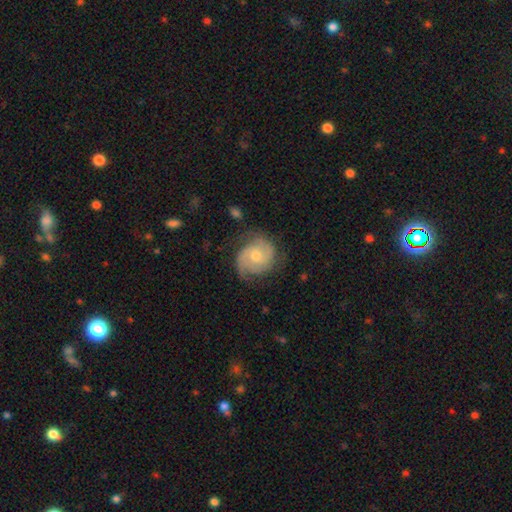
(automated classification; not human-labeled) Q: Smooth or featured?
A: featured or disk (78%); runner-up: smooth (16%)
Q: Edge-on disk?
A: no (98%); runner-up: yes (2%)
Q: Bar?
A: no (69%); runner-up: weak (27%)
Q: Spiral arms?
A: yes (95%); runner-up: no (5%)
Q: Spiral winding?
A: tight (47%); runner-up: medium (40%)
Q: Spiral arm count?
A: 2 (65%); runner-up: 3 (14%)
Q: Bulge size?
A: moderate (62%); runner-up: small (34%)
Q: Merging?
A: none (72%); runner-up: minor disturbance (20%)